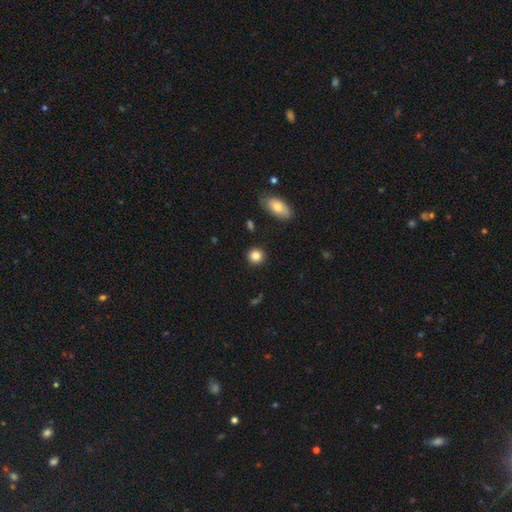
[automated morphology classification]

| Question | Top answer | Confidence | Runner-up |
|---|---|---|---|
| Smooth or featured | smooth | 85% | star or artifact (9%) |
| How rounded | round | 89% | in between (10%) |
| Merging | none | 90% | minor disturbance (6%) |